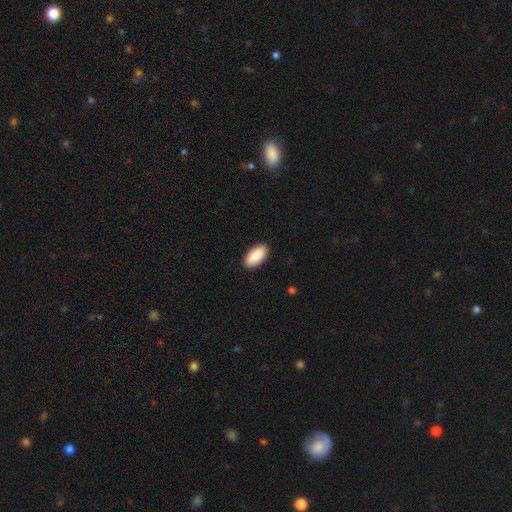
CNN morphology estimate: smooth 91%, star or artifact 5%, featured or disk 3%. Down the decision tree: how rounded — in between (96%); merging — none (90%).